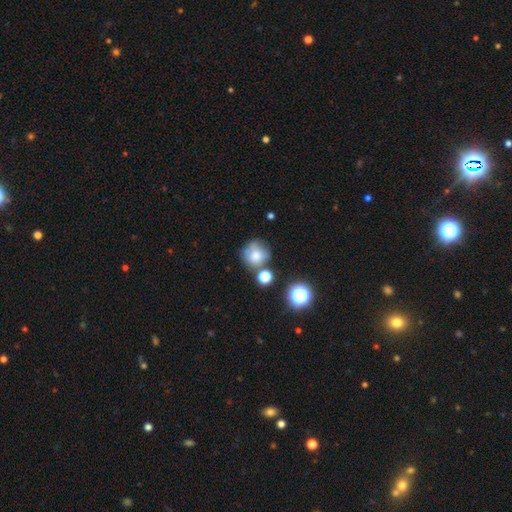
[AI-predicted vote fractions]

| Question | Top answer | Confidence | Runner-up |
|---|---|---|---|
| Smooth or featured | smooth | 70% | featured or disk (17%) |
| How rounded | round | 87% | in between (12%) |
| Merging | none | 57% | minor disturbance (18%) |